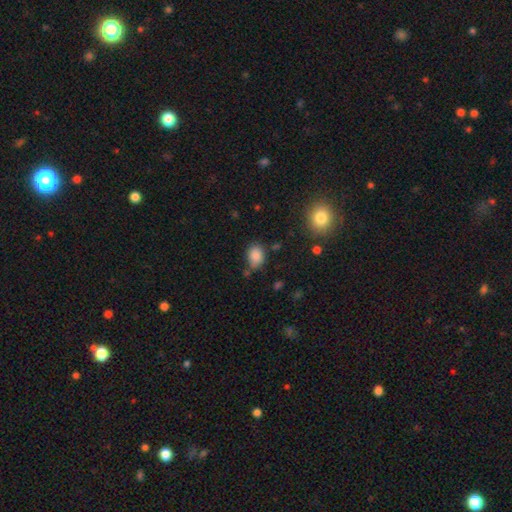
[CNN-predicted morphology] type=smooth (86%); roundness=in between (68%); merging=none (69%).